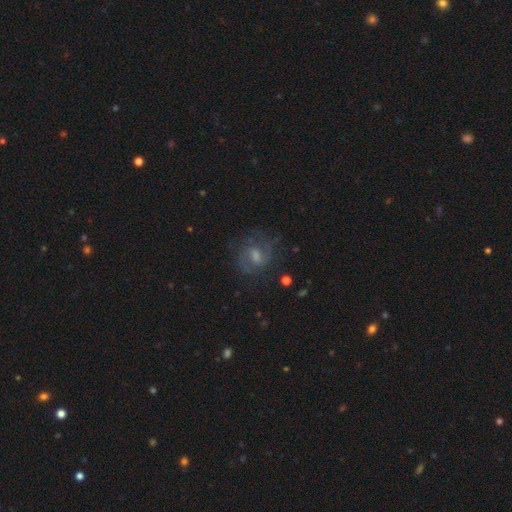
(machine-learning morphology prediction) type=featured or disk (71%); edge-on=no (97%); bar=weak (57%); spiral arms=yes (92%); winding=medium (53%); arm count=2 (77%); bulge=moderate (42%); merging=none (74%).